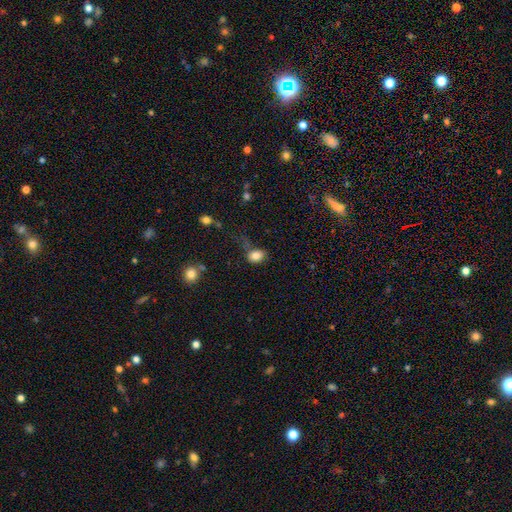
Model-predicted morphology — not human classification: A smooth galaxy with no disk features (83%) that is in between round and cigar-shaped (61%).

Vote fractions:
- Smooth or featured? smooth: 83% / star or artifact: 10% / featured or disk: 7%
- How rounded? in between: 61% / round: 37% / cigar-shaped: 1%
- Merging? none: 54% / minor disturbance: 26% / major disturbance: 14% / merger: 6%